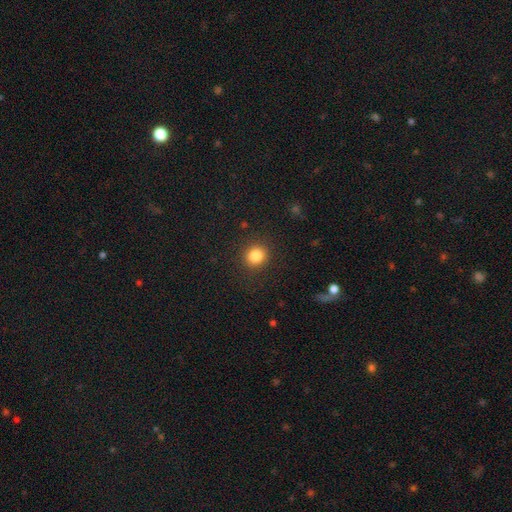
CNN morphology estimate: smooth_or_featured: smooth (p=0.84) [alt: star or artifact p=0.11]
how_rounded: round (p=0.85) [alt: in between p=0.14]
merging: none (p=0.90) [alt: minor disturbance p=0.06]